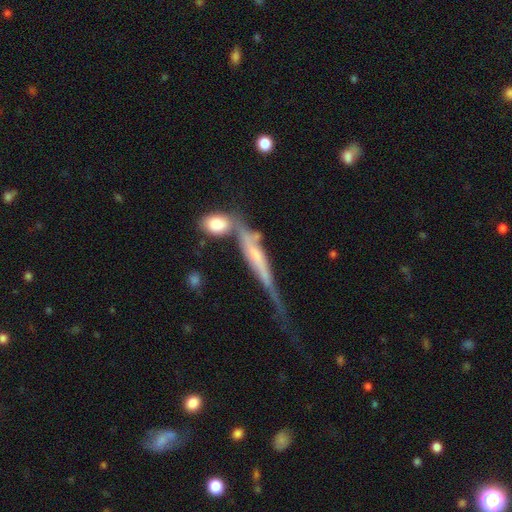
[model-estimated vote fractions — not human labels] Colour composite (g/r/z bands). It shows a featured or disk galaxy (62%) viewed edge-on (81%) with a rounded central bulge (45%). Merging: merger (33%).